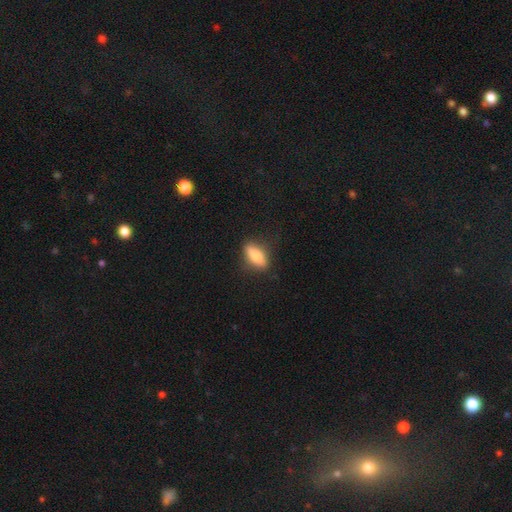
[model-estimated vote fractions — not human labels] A smooth galaxy with no disk features (74%) that is in between round and cigar-shaped (73%). Merging: none (79%).